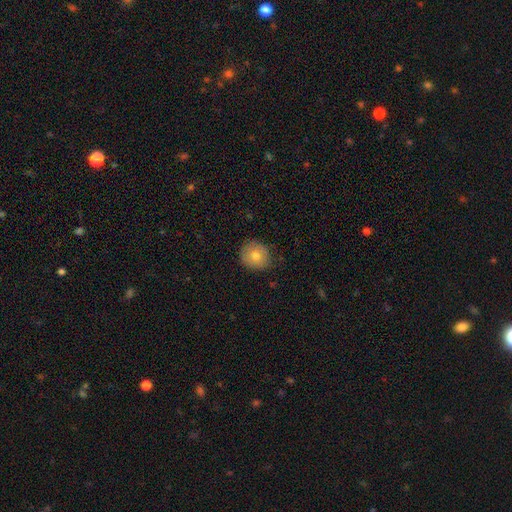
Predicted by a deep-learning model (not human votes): Smooth or featured: smooth — 75% (featured or disk — 15%)
How rounded: round — 90% (in between — 9%)
Merging: none — 84% (minor disturbance — 12%)